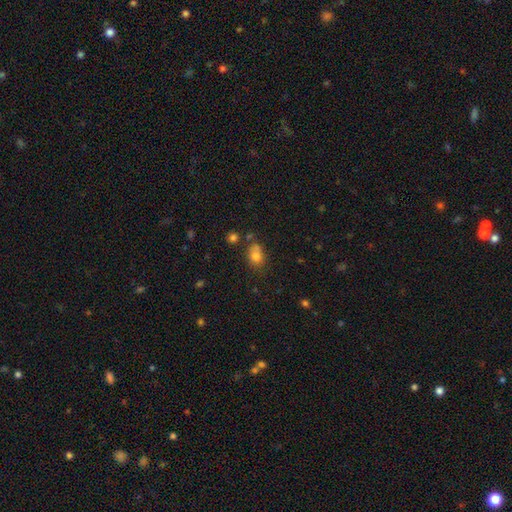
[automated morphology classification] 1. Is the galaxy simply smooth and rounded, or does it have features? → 78% smooth, 13% star or artifact, 9% featured or disk.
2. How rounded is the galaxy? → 64% in between, 34% round, 2% cigar-shaped.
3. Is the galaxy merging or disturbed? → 56% none, 23% minor disturbance, 15% merger, 7% major disturbance.